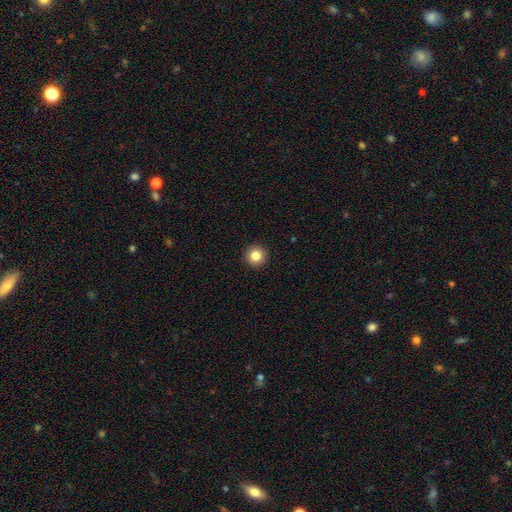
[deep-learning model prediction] Morphology: type=smooth (83%); roundness=round (96%); merging=none (94%).